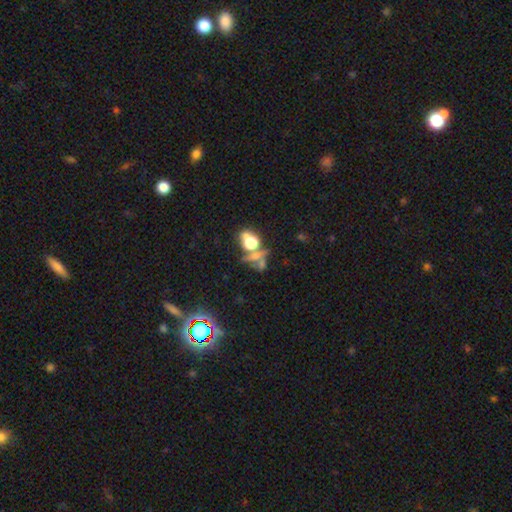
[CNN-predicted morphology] Q: Smooth or featured?
A: smooth (44%); runner-up: star or artifact (37%)
Q: Merging?
A: none (41%); runner-up: merger (35%)